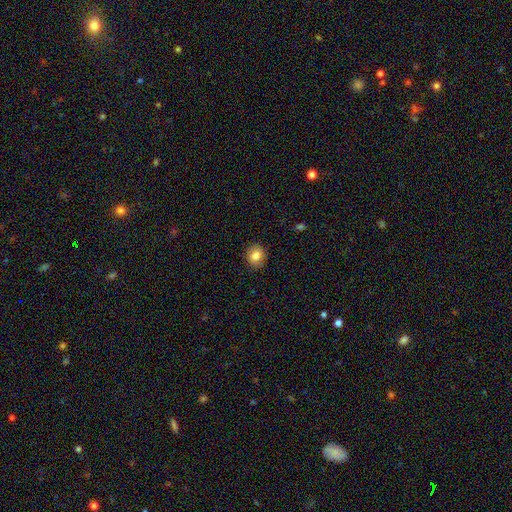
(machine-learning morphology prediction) smooth-or-featured: smooth: 84% | star or artifact: 10% | featured or disk: 7%
  how-rounded: round: 67% | in between: 32% | cigar-shaped: 1%
  merging: none: 88% | minor disturbance: 9% | major disturbance: 2% | merger: 1%